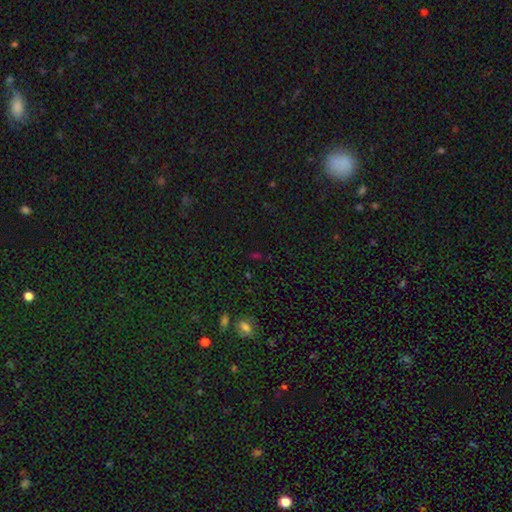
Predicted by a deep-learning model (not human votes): A star or artifact, not a galaxy (58%).

Vote fractions:
- Smooth or featured? star or artifact: 58% / smooth: 34% / featured or disk: 8%